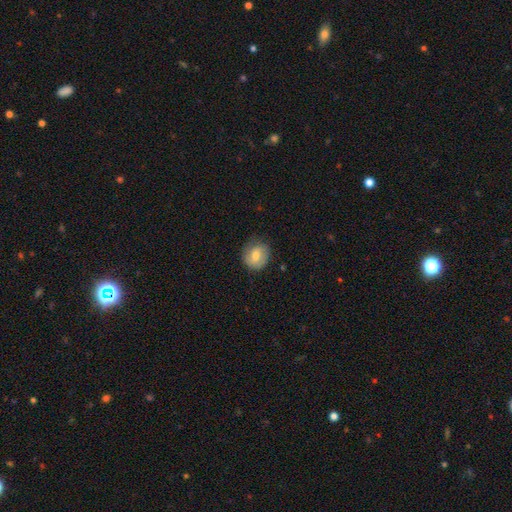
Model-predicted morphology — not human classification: The model was most divided on "smooth or featured": smooth: 66%, featured or disk: 26%, star or artifact: 8%. More confident: how rounded — round (75%); merging — none (73%).